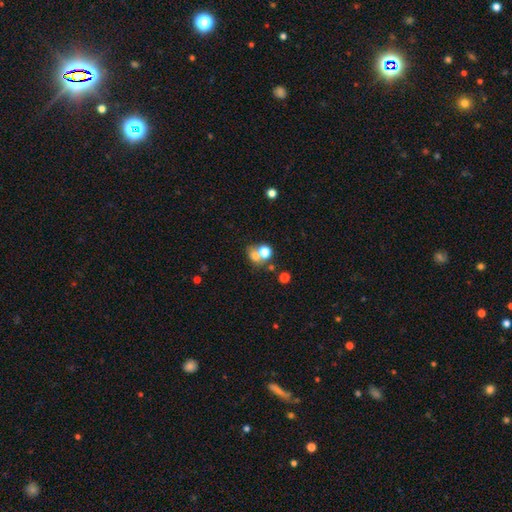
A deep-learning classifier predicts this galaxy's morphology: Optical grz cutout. It shows a smooth galaxy with no disk features (67%) that is round (63%). Merging: merger (46%).